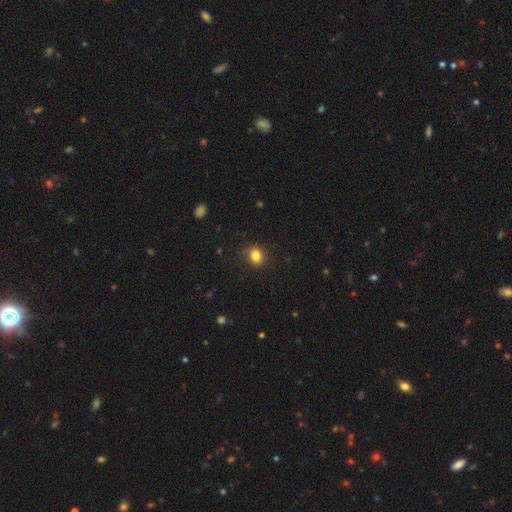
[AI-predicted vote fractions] smooth-or-featured: smooth: 83% | star or artifact: 12% | featured or disk: 5%
  how-rounded: round: 70% | in between: 29% | cigar-shaped: 1%
  merging: none: 88% | minor disturbance: 9% | major disturbance: 3% | merger: 1%